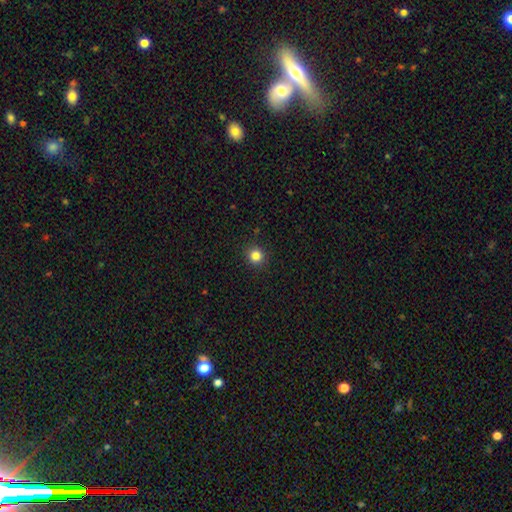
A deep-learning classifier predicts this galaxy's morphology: Q: Smooth or featured?
A: smooth (84%); runner-up: star or artifact (12%)
Q: How rounded?
A: round (91%); runner-up: in between (8%)
Q: Merging?
A: none (91%); runner-up: minor disturbance (6%)